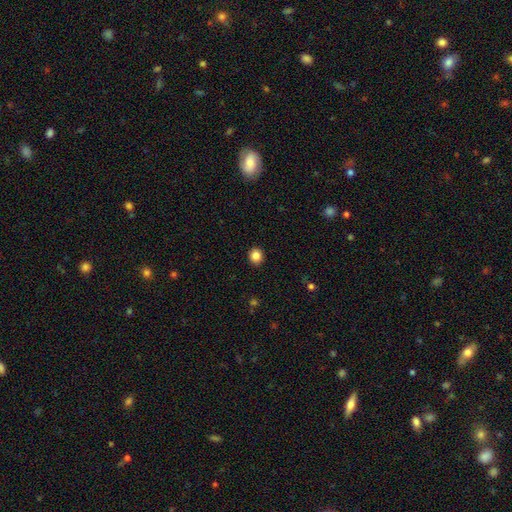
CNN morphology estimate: This appears to be a smooth galaxy with no disk features (85%) that is round (81%). Merging: none (92%).